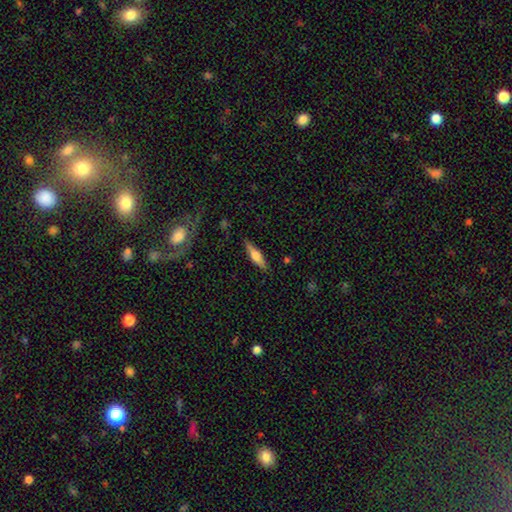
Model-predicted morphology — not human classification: type=smooth (47%); merging=none (86%).